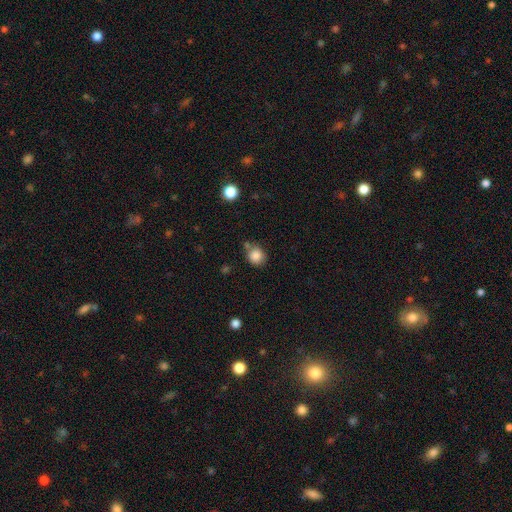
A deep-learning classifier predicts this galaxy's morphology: smooth 85%, star or artifact 10%, featured or disk 5%. Down the decision tree: how rounded — round (82%); merging — none (68%).